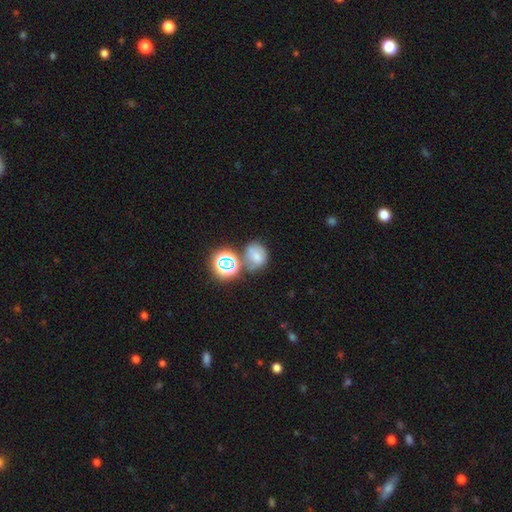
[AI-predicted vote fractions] smooth_or_featured: smooth (p=0.52) [alt: star or artifact p=0.27]
how_rounded: round (p=0.60) [alt: in between p=0.39]
merging: none (p=0.47) [alt: merger p=0.25]